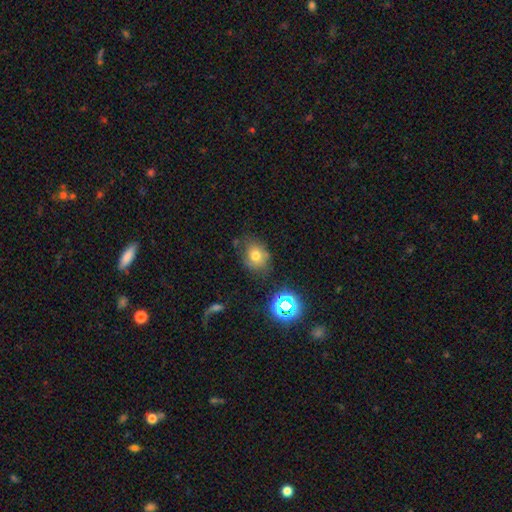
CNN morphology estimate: smooth 69%, star or artifact 17%, featured or disk 14%. Down the decision tree: how rounded — round (59%); merging — none (66%).